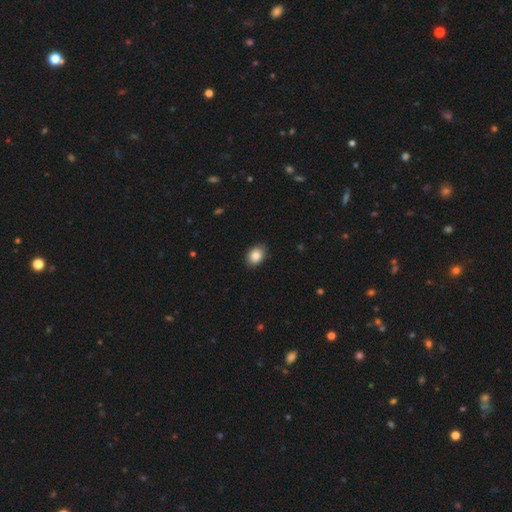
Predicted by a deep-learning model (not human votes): Smooth or featured?
  - smooth: 87% *
  - star or artifact: 8%
  - featured or disk: 5%
How rounded?
  - in between: 70% *
  - round: 29%
  - cigar-shaped: 1%
Merging?
  - none: 87% *
  - minor disturbance: 10%
  - major disturbance: 2%
  - merger: 1%